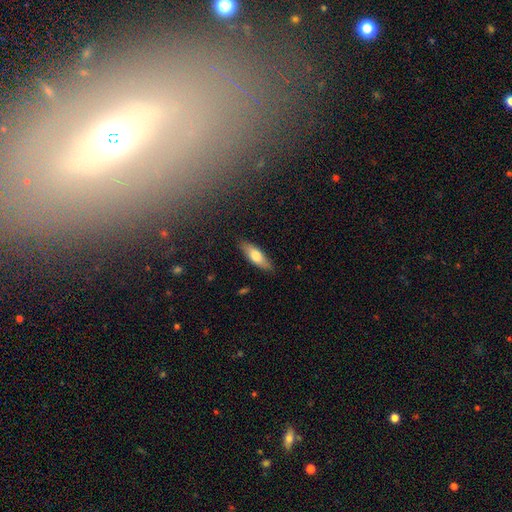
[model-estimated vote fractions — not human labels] Smooth or featured? Predicted: smooth (p=0.69). How rounded? Predicted: in between (p=0.53). Merging? Predicted: none (p=0.86).